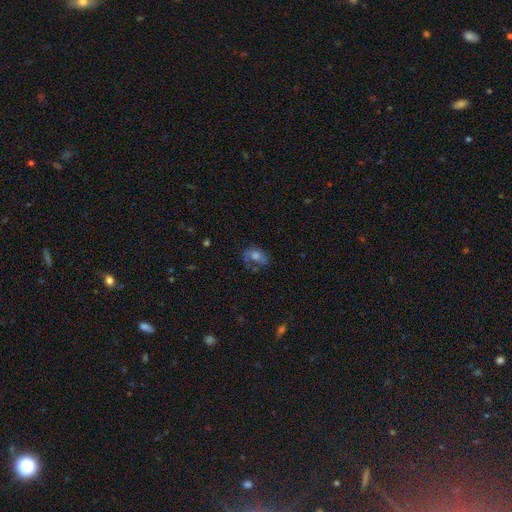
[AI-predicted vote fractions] Smooth or featured: smooth — 45% (featured or disk — 42%)
Merging: none — 46% (minor disturbance — 26%)